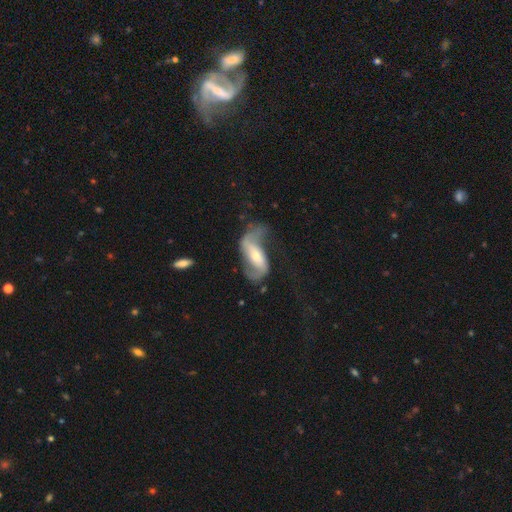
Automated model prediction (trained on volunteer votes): A featured or disk galaxy (81%) with a strong bar (42%), 2 (86%) loose (66%) spiral arms (91%) and a small central bulge (52%).

Vote fractions:
- Smooth or featured? featured or disk: 81% / smooth: 13% / star or artifact: 6%
- Edge-on disk? no: 93% / yes: 7%
- Bar? strong: 42% / weak: 30% / no: 28%
- Spiral arms? yes: 91% / no: 9%
- Spiral winding? loose: 66% / medium: 25% / tight: 9%
- Spiral arm count? 2: 86% / 1: 6% / can't tell: 5% / 3: 1% / 4: 1% / more than 4: 1%
- Bulge size? small: 52% / moderate: 42% / large: 4% / none: 2% / dominant: 1%
- Merging? none: 48% / major disturbance: 27% / minor disturbance: 21% / merger: 3%